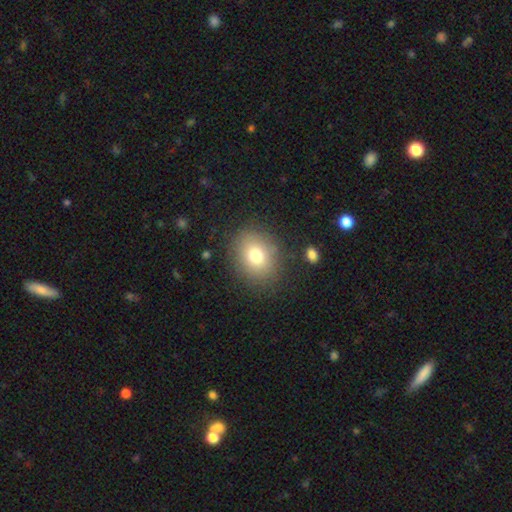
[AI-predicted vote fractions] Morphology: type=smooth (76%); roundness=round (56%); merging=none (85%).